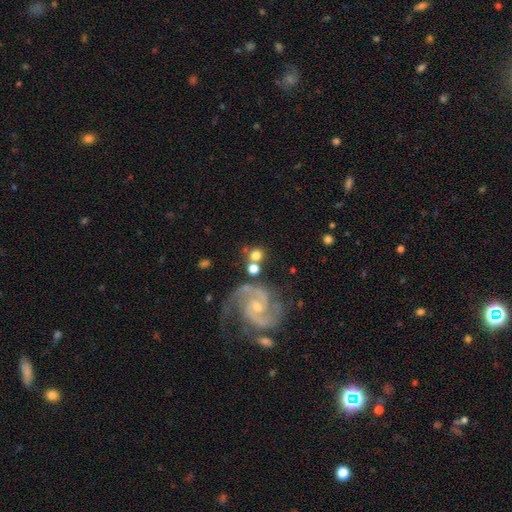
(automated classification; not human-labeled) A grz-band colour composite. It shows a smooth galaxy with no disk features (55%) that is round (87%). Merging: none (70%).